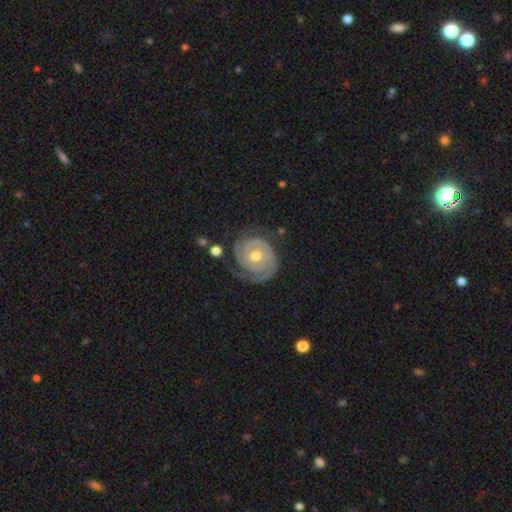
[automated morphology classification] smooth-or-featured: featured or disk: 89% | smooth: 7% | star or artifact: 4%
  disk-edge-on: no: 98% | yes: 2%
    bar: no: 69% | weak: 24% | strong: 7%
    has-spiral-arms: yes: 96% | no: 4%
      spiral-winding: tight: 81% | medium: 15% | loose: 4%
      spiral-arm-count: 2: 57% | 3: 12% | can't tell: 12% | 1: 11% | 4: 3% | more than 4: 3%
    bulge-size: moderate: 76% | small: 19% | large: 3% | none: 1% | dominant: 1%
  merging: none: 71% | minor disturbance: 18% | major disturbance: 9% | merger: 2%